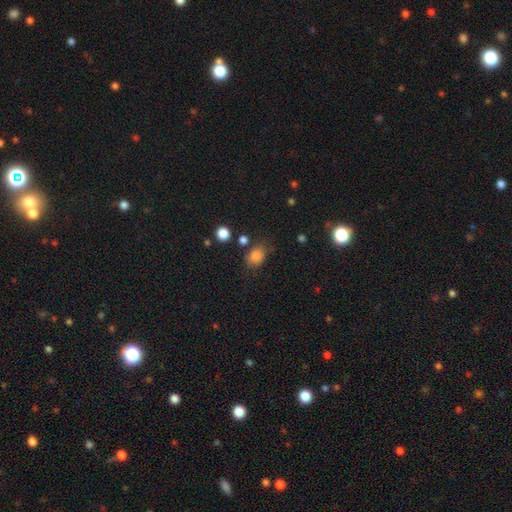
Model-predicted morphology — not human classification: Overall: smooth (83%). How rounded: in between (59%; round 40%). Merging: none (69%).